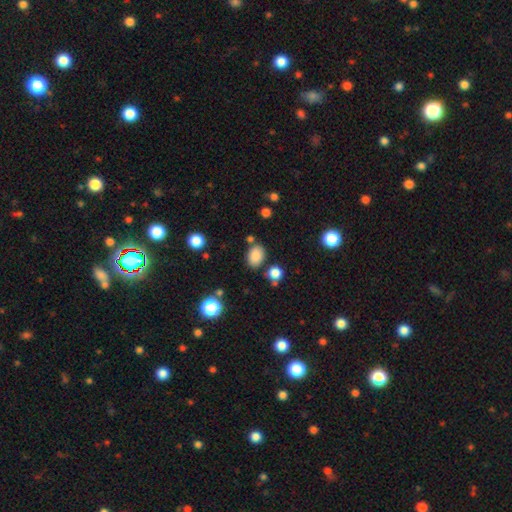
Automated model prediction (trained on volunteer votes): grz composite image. It shows a smooth galaxy with no disk features (85%) that is in between round and cigar-shaped (77%). Merging: none (75%).